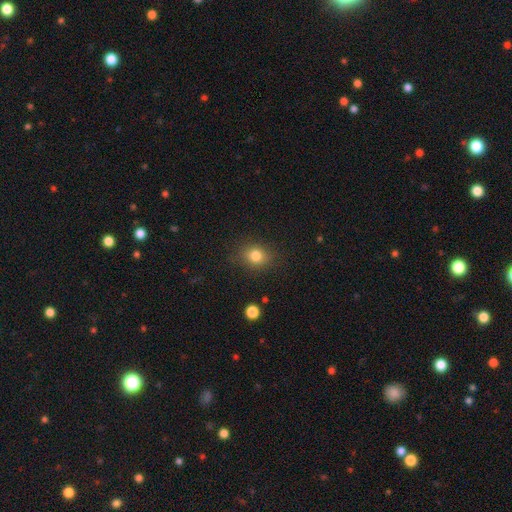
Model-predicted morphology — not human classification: Smooth or featured?
  - smooth: 80% *
  - star or artifact: 12%
  - featured or disk: 8%
How rounded?
  - round: 58% *
  - in between: 40%
  - cigar-shaped: 1%
Merging?
  - none: 84% *
  - minor disturbance: 11%
  - major disturbance: 4%
  - merger: 1%